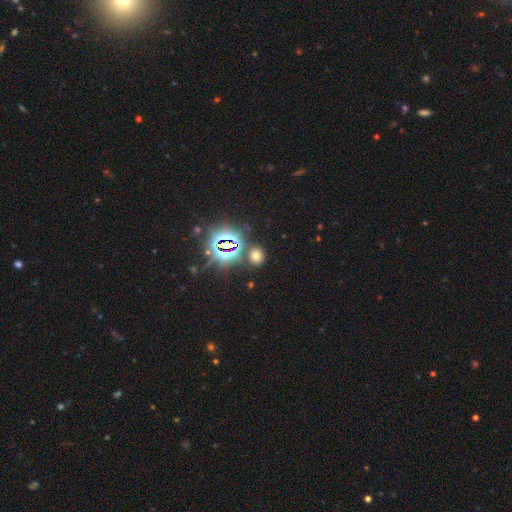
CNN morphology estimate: smooth_or_featured: star or artifact (p=0.85) [alt: smooth p=0.09]